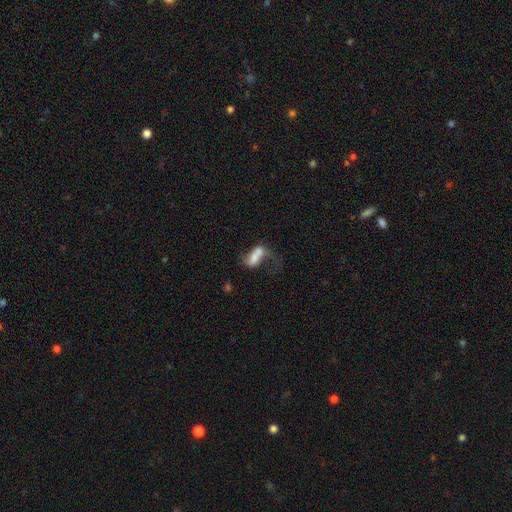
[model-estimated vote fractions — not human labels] Morphology: type=featured or disk (49%); merging=merger (38%).